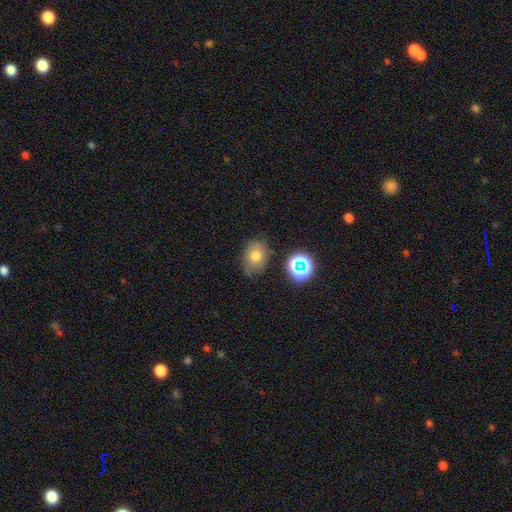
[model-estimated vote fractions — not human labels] This is likely a smooth galaxy (68%). How rounded: possibly in between (59%). Merging: likely none (68%).